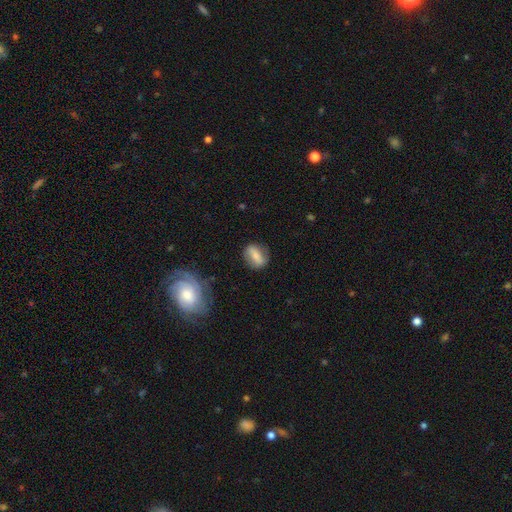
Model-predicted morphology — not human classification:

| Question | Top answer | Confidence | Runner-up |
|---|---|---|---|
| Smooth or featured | smooth | 54% | featured or disk (38%) |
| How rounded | in between | 59% | round (35%) |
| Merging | none | 78% | minor disturbance (15%) |